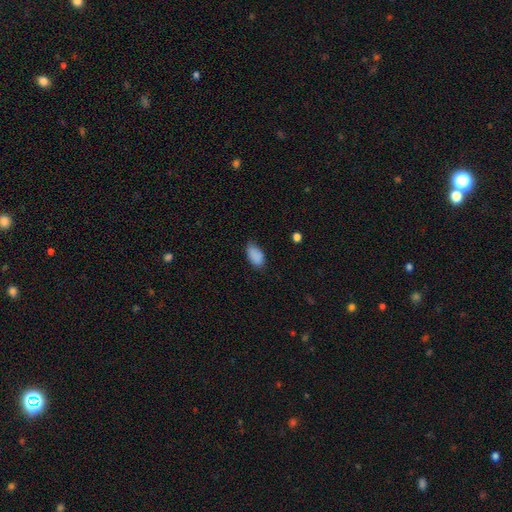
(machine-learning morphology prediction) smooth-or-featured: smooth: 88% | star or artifact: 8% | featured or disk: 4%
  how-rounded: in between: 93% | round: 5% | cigar-shaped: 2%
  merging: none: 72% | minor disturbance: 23% | major disturbance: 4% | merger: 1%